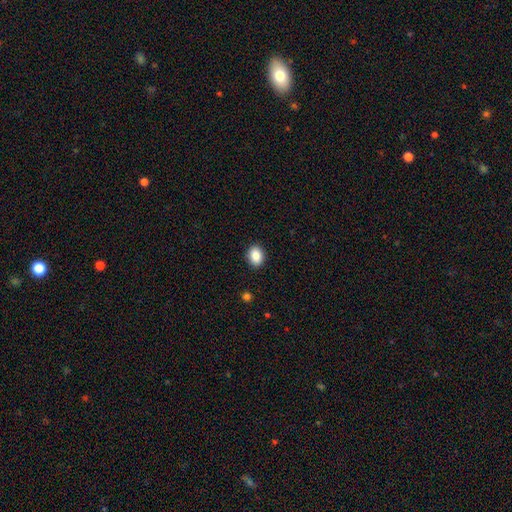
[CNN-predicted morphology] Smooth or featured? Predicted: smooth (p=0.88). How rounded? Predicted: in between (p=0.62). Merging? Predicted: none (p=0.90).